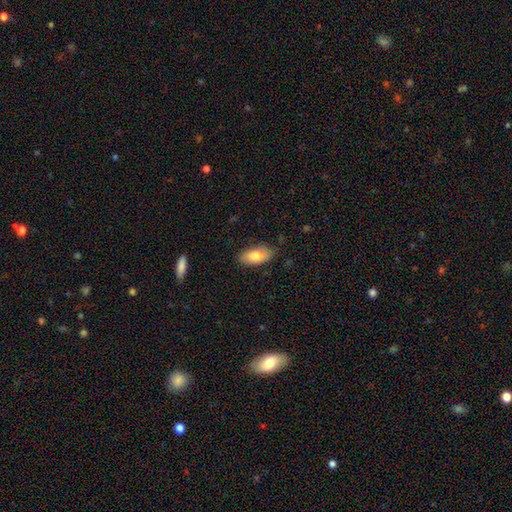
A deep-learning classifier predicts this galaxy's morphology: A smooth galaxy with no disk features (78%) that is in between round and cigar-shaped (91%).

Vote fractions:
- Smooth or featured? smooth: 78% / featured or disk: 16% / star or artifact: 6%
- How rounded? in between: 91% / cigar-shaped: 6% / round: 3%
- Merging? none: 79% / minor disturbance: 17% / major disturbance: 3% / merger: 1%